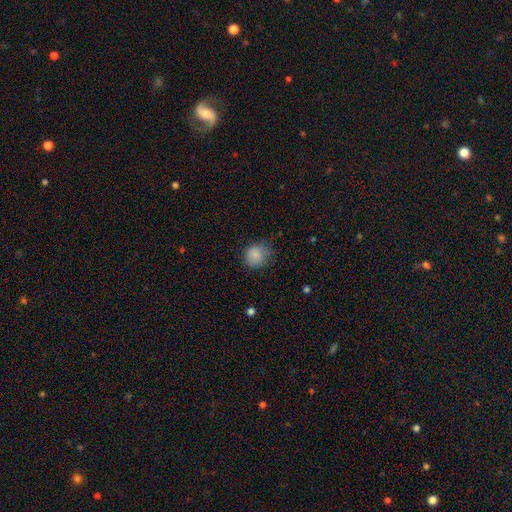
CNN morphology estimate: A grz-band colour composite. It shows a smooth galaxy with no disk features (86%) that is round (80%). Merging: none (70%).